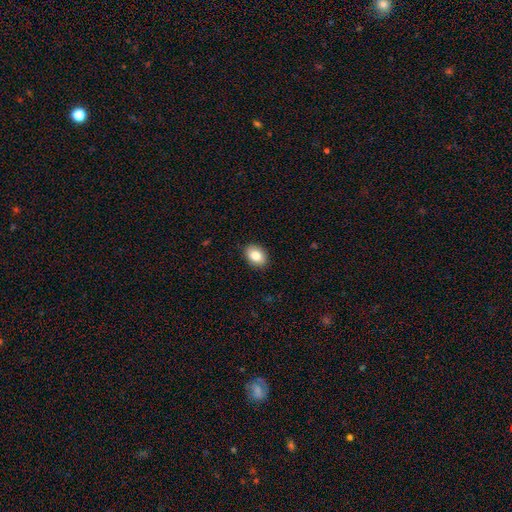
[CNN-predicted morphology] The model was most divided on "how rounded": in between: 79%, round: 20%, cigar-shaped: 1%. More confident: merging — none (89%); smooth or featured — smooth (83%).